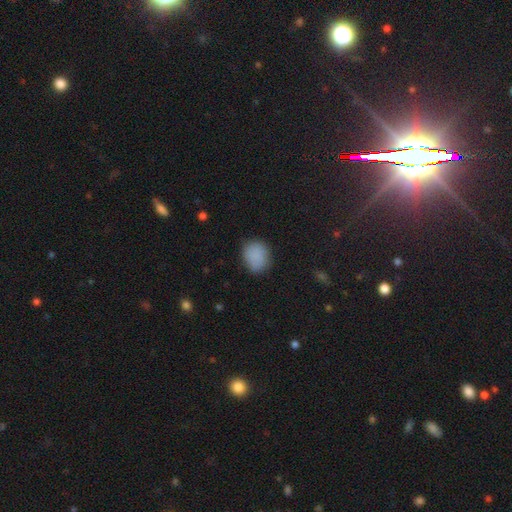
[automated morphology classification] smooth-or-featured: smooth: 86% | star or artifact: 8% | featured or disk: 6%
  how-rounded: round: 68% | in between: 31% | cigar-shaped: 1%
  merging: none: 76% | minor disturbance: 18% | major disturbance: 4% | merger: 1%